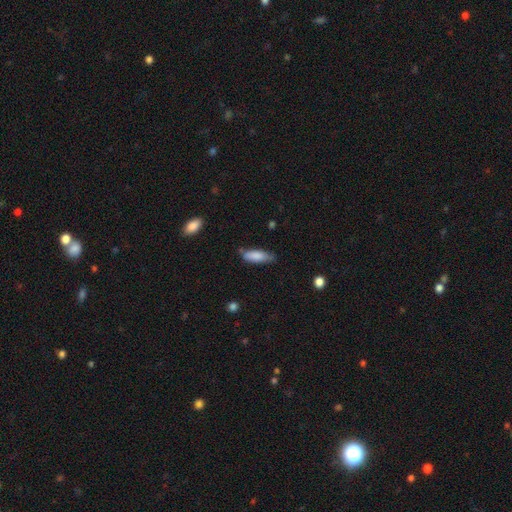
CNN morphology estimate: Smooth or featured? Predicted: smooth (p=0.83). How rounded? Predicted: in between (p=0.60). Merging? Predicted: none (p=0.63).